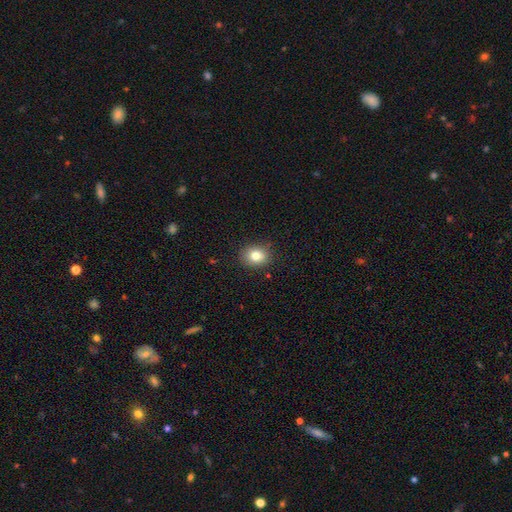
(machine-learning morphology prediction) Smooth or featured: smooth — 80% (star or artifact — 11%)
How rounded: round — 61% (in between — 38%)
Merging: none — 87% (minor disturbance — 9%)